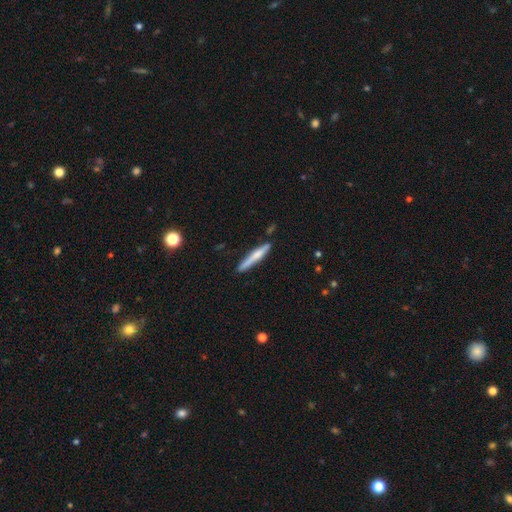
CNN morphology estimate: Smooth or featured? smooth (56%)
How rounded? cigar-shaped (94%)
Merging? none (82%)